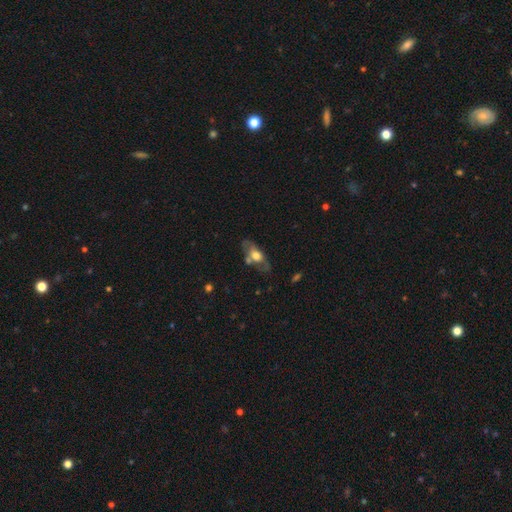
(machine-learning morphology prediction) This is possibly a featured or disk galaxy (51%). It is likely not viewed edge-on (69%). Merging: possibly none (56%).